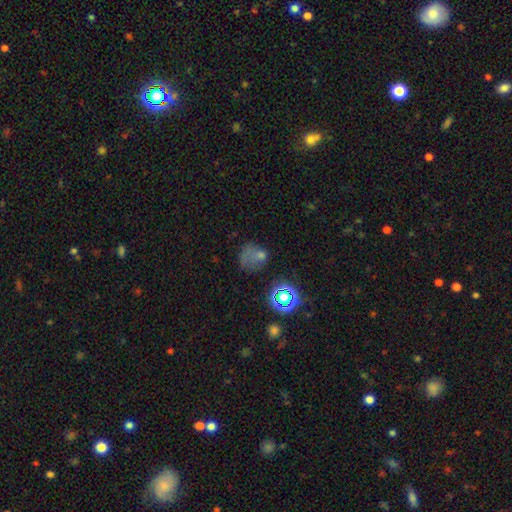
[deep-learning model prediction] smooth_or_featured: smooth (p=0.55) [alt: star or artifact p=0.28]
how_rounded: round (p=0.68) [alt: in between p=0.31]
merging: none (p=0.41) [alt: major disturbance p=0.24]